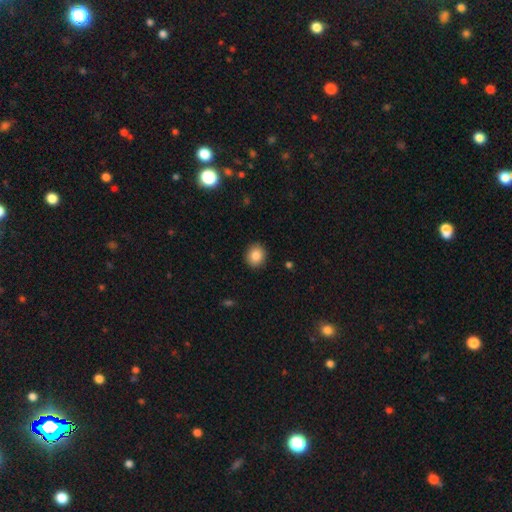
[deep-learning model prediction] Smooth or featured: smooth — 85% (star or artifact — 9%)
How rounded: round — 79% (in between — 21%)
Merging: none — 91% (minor disturbance — 7%)